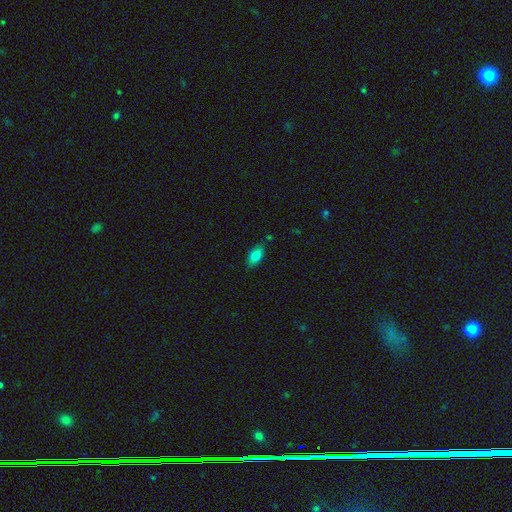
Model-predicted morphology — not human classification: Smooth or featured?
  - smooth: 81% *
  - featured or disk: 10%
  - star or artifact: 9%
How rounded?
  - in between: 89% *
  - cigar-shaped: 6%
  - round: 5%
Merging?
  - none: 78% *
  - minor disturbance: 15%
  - merger: 4%
  - major disturbance: 3%